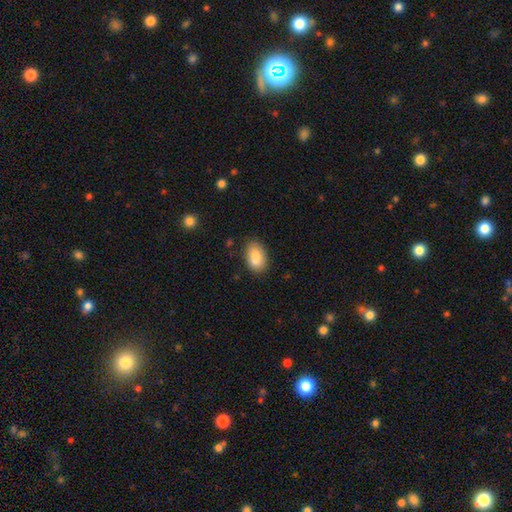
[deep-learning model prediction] A smooth galaxy with no disk features (84%) that is in between round and cigar-shaped (90%). Merging: none (70%).